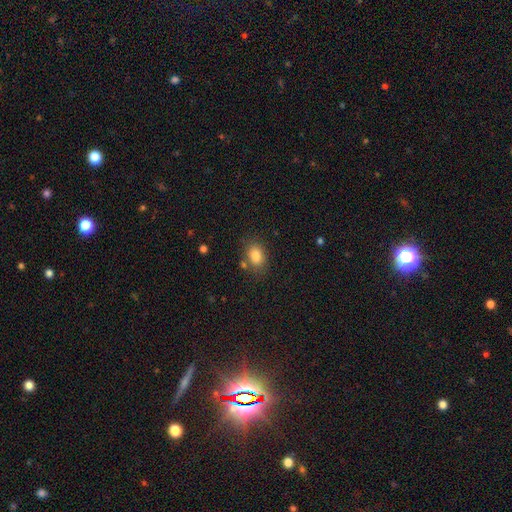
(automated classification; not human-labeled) Smooth or featured: smooth — 84% (star or artifact — 9%)
How rounded: in between — 72% (round — 27%)
Merging: none — 75% (minor disturbance — 14%)